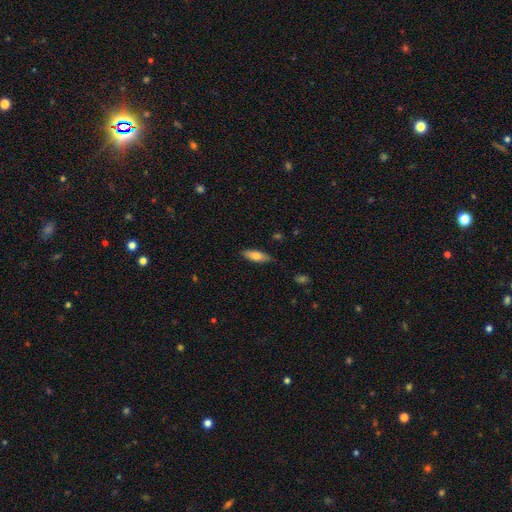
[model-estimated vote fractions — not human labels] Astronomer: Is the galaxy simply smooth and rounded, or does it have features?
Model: smooth — 74%.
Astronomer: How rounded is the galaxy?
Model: in between — 50% (runner-up: cigar-shaped, 48%).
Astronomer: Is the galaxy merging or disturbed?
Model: none — 81%.